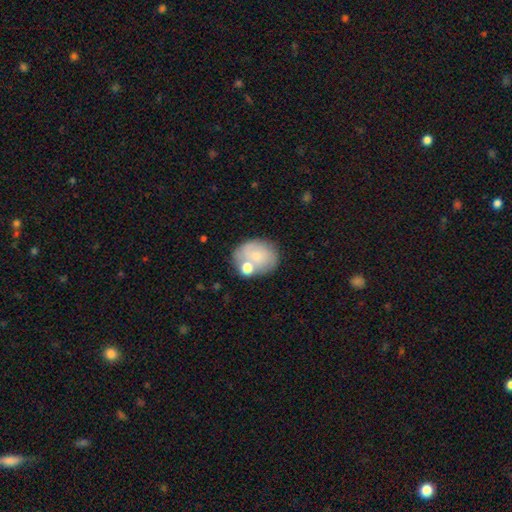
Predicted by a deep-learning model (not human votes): smooth_or_featured: smooth (p=0.62) [alt: featured or disk p=0.30]
how_rounded: in between (p=0.52) [alt: round p=0.47]
merging: none (p=0.52) [alt: merger p=0.22]